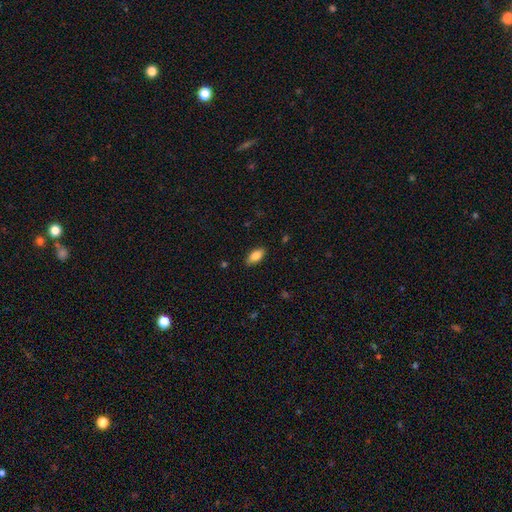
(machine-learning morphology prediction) smooth_or_featured: smooth (p=0.83) [alt: featured or disk p=0.10]
how_rounded: in between (p=0.89) [alt: cigar-shaped p=0.08]
merging: none (p=0.87) [alt: minor disturbance p=0.10]